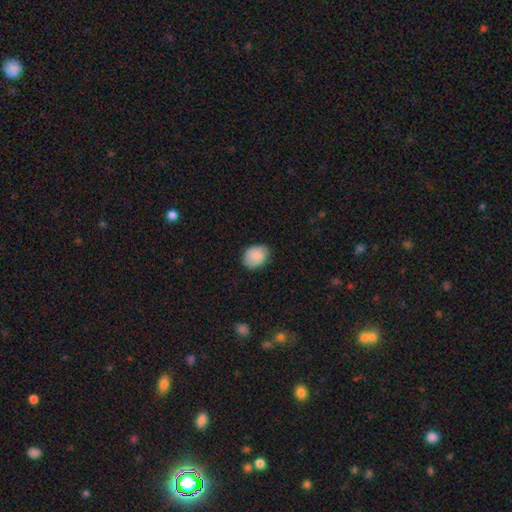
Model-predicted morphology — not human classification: smooth 85%, featured or disk 7%, star or artifact 7%. Down the decision tree: how rounded — in between (58%); merging — none (76%).